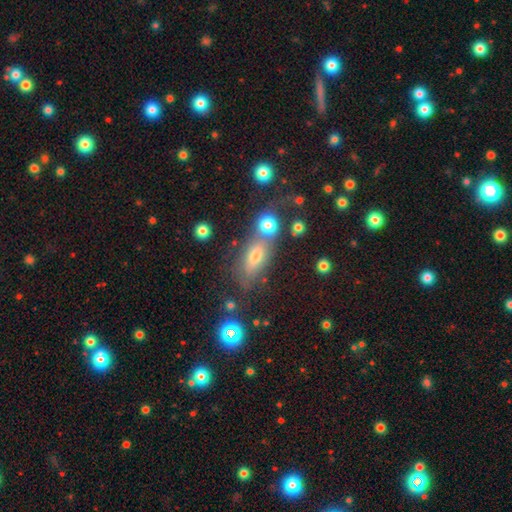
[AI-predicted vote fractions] A smooth galaxy with no disk features (63%) that is in between round and cigar-shaped (74%).

Vote fractions:
- Smooth or featured? smooth: 63% / featured or disk: 22% / star or artifact: 15%
- How rounded? in between: 74% / cigar-shaped: 16% / round: 11%
- Merging? none: 44% / merger: 36% / minor disturbance: 13% / major disturbance: 7%